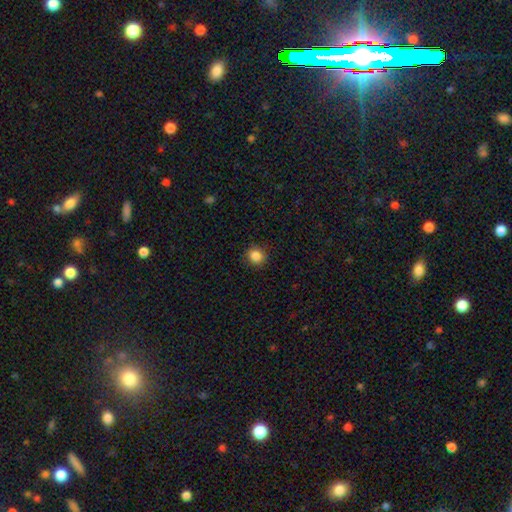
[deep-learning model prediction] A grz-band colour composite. It shows a smooth galaxy with no disk features (86%) that is round (82%). Merging: none (89%).